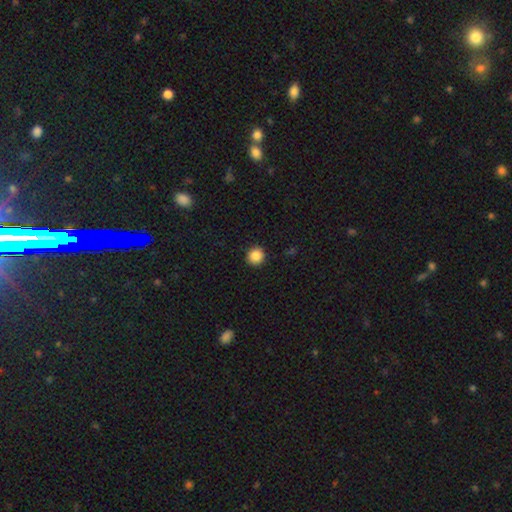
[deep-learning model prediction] Smooth or featured?
  - smooth: 87% *
  - star or artifact: 9%
  - featured or disk: 3%
How rounded?
  - round: 94% *
  - in between: 5%
  - cigar-shaped: 1%
Merging?
  - none: 93% *
  - minor disturbance: 5%
  - major disturbance: 2%
  - merger: 1%